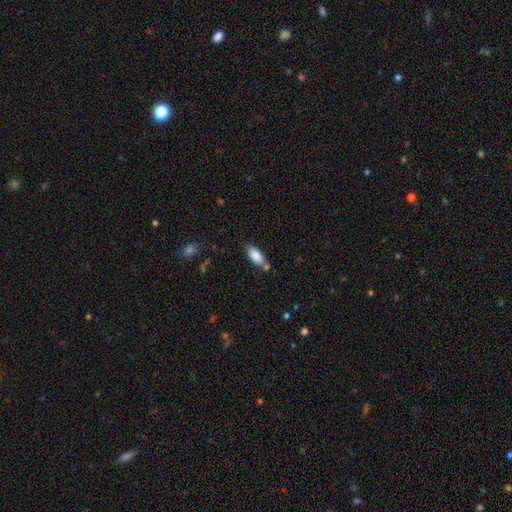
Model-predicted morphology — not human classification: Smooth or featured? smooth (86%)
How rounded? in between (83%)
Merging? none (66%)